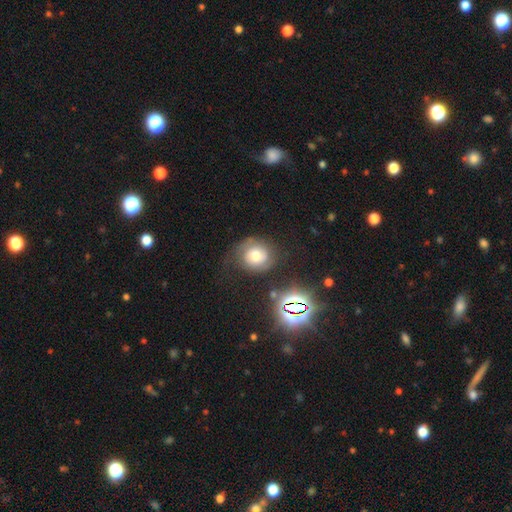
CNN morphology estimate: Smooth or featured? featured or disk (45%)
Merging? none (61%)